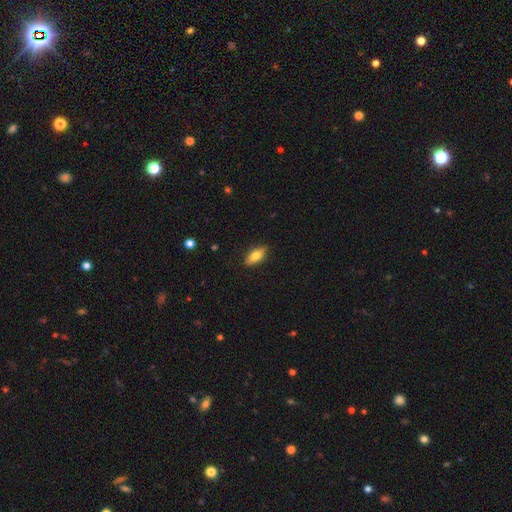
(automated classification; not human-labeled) Q: Smooth or featured?
A: smooth (72%); runner-up: featured or disk (21%)
Q: How rounded?
A: in between (79%); runner-up: cigar-shaped (18%)
Q: Merging?
A: none (87%); runner-up: minor disturbance (10%)